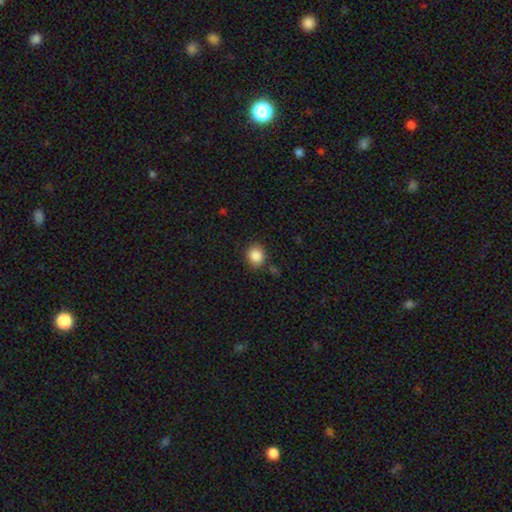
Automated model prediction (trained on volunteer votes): smooth-or-featured: smooth: 87% | star or artifact: 9% | featured or disk: 3%
  how-rounded: round: 68% | in between: 31% | cigar-shaped: 1%
  merging: none: 80% | minor disturbance: 13% | major disturbance: 4% | merger: 3%